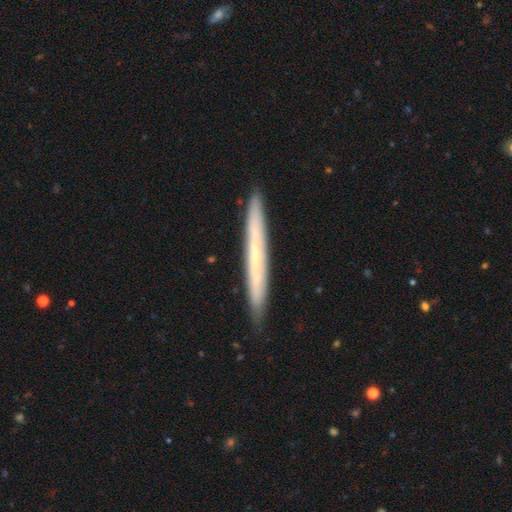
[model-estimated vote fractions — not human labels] Overall: featured or disk (52%; smooth 41%). Edge-on disk: yes (91%). Merging: none (89%).